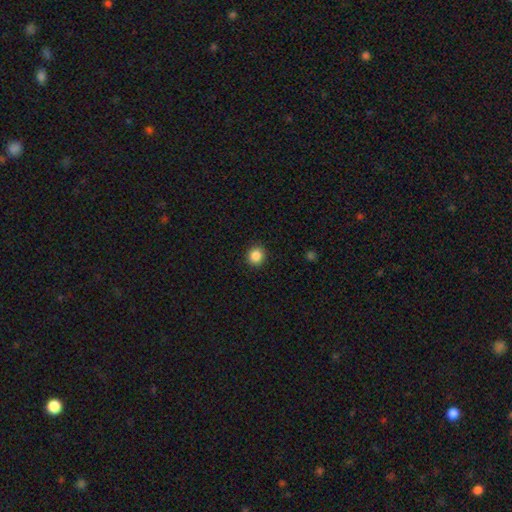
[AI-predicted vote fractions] Smooth or featured? Predicted: smooth (p=0.86). How rounded? Predicted: round (p=0.88). Merging? Predicted: none (p=0.92).